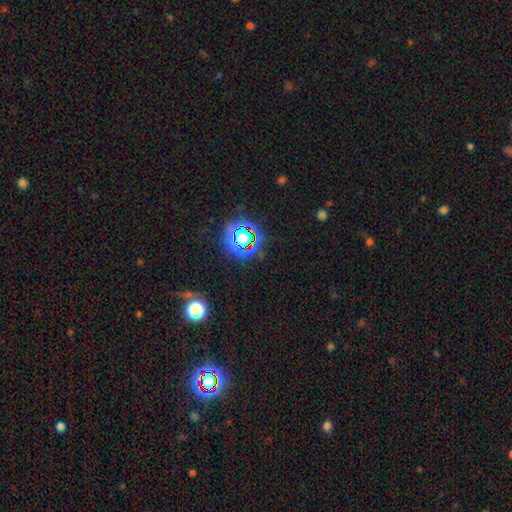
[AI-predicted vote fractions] Smooth or featured: star or artifact — 77% (smooth — 15%)